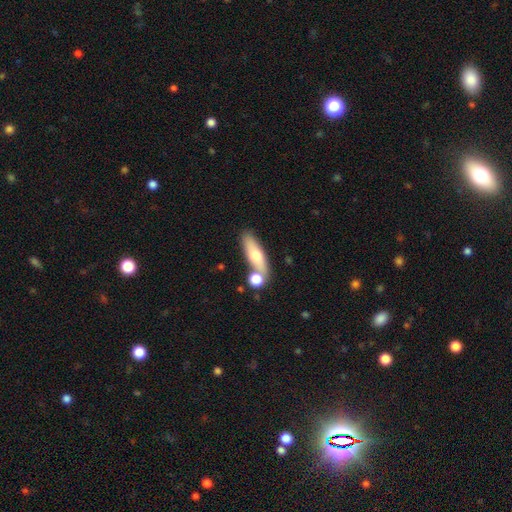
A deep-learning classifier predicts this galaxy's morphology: Q: Smooth or featured?
A: smooth (64%); runner-up: featured or disk (29%)
Q: How rounded?
A: cigar-shaped (51%); runner-up: in between (44%)
Q: Merging?
A: none (64%); runner-up: merger (19%)